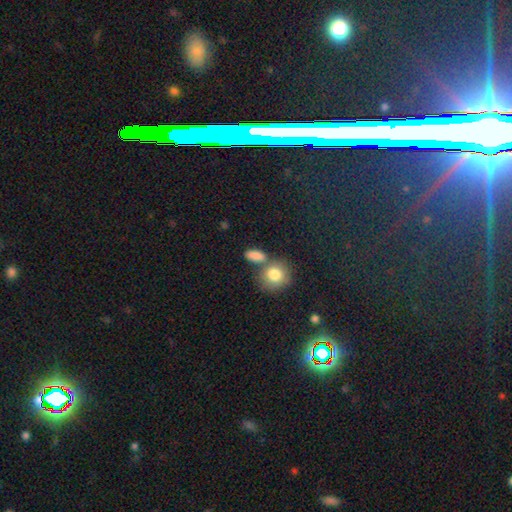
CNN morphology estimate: Q: Smooth or featured?
A: smooth (84%); runner-up: star or artifact (9%)
Q: How rounded?
A: in between (71%); runner-up: round (21%)
Q: Merging?
A: none (58%); runner-up: merger (23%)